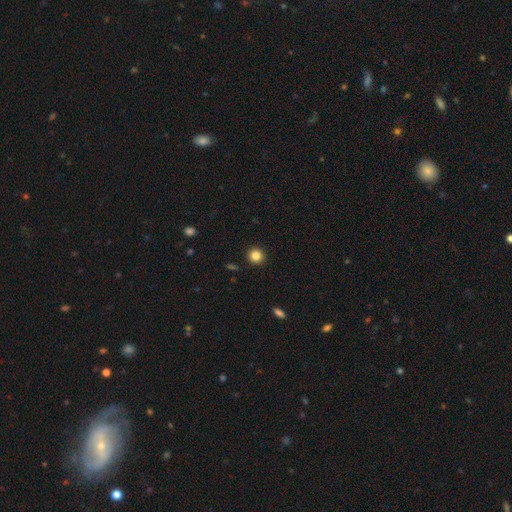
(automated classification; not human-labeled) Smooth or featured: smooth — 84% (star or artifact — 11%)
How rounded: round — 94% (in between — 5%)
Merging: none — 93% (minor disturbance — 5%)